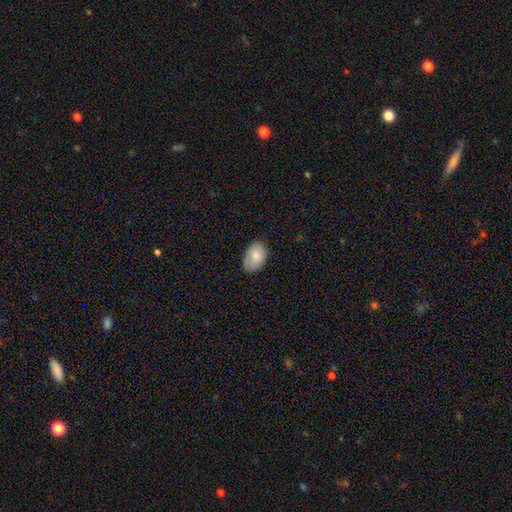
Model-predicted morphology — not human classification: Smooth or featured: smooth — 82% (featured or disk — 11%)
How rounded: in between — 84% (round — 15%)
Merging: none — 69% (minor disturbance — 25%)